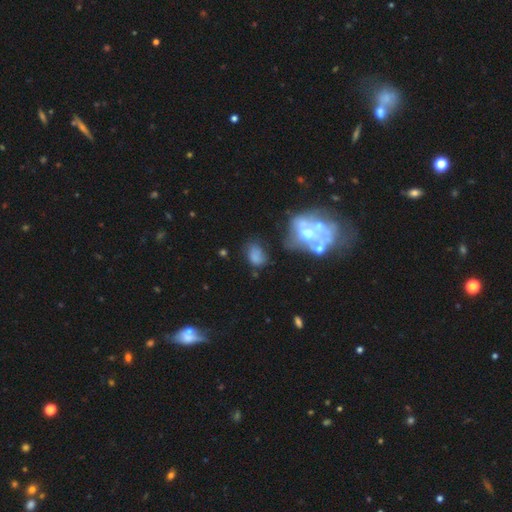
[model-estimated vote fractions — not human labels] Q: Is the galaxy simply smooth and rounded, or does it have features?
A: smooth — 59%.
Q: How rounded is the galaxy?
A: in between — 73%.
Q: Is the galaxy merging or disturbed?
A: none — 41%.